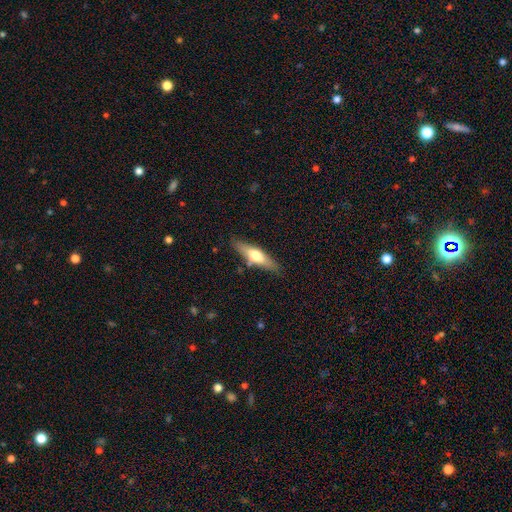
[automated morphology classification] type=smooth (51%); roundness=cigar-shaped (65%); merging=none (81%).